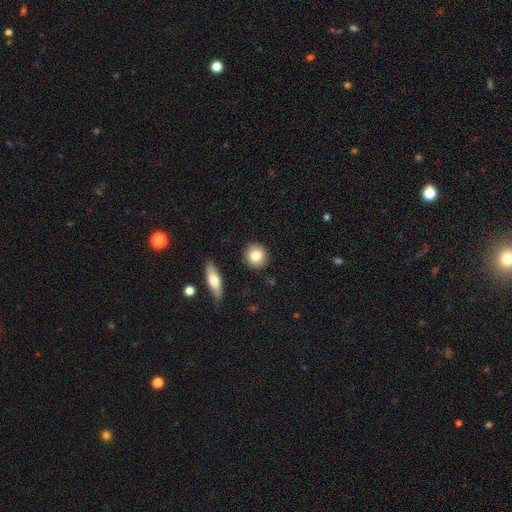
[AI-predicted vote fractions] The model was most divided on "how rounded": round: 85%, in between: 13%, cigar-shaped: 2%. More confident: merging — none (88%); smooth or featured — smooth (83%).